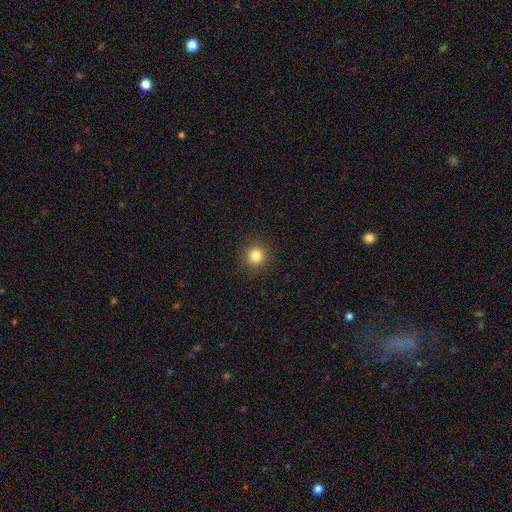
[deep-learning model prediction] smooth_or_featured: smooth (p=0.83) [alt: star or artifact p=0.12]
how_rounded: round (p=0.94) [alt: in between p=0.05]
merging: none (p=0.92) [alt: minor disturbance p=0.05]